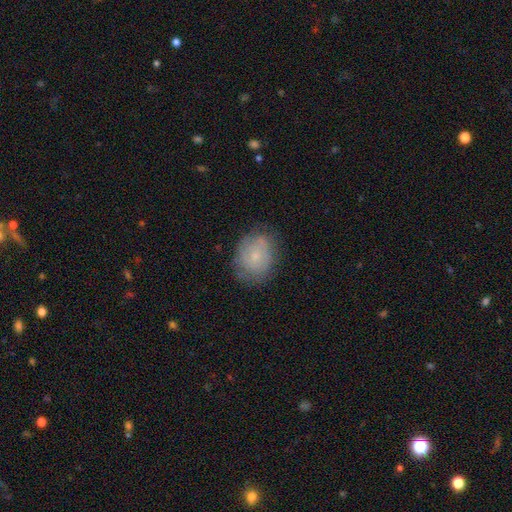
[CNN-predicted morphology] Q: Smooth or featured?
A: smooth (62%); runner-up: featured or disk (29%)
Q: How rounded?
A: round (52%); runner-up: in between (47%)
Q: Merging?
A: none (68%); runner-up: minor disturbance (23%)